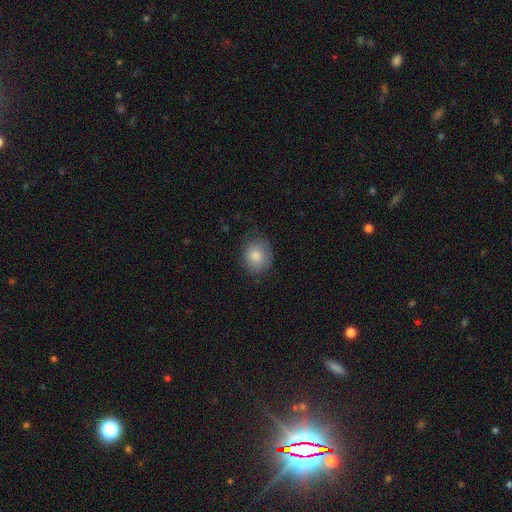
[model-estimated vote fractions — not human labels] This appears to be a smooth galaxy with no disk features (83%) that is round (68%). Merging: none (74%).